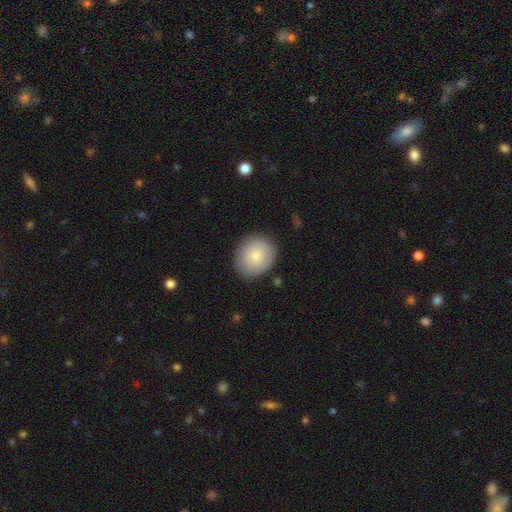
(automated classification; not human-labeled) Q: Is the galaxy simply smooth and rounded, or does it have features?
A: smooth — 74%.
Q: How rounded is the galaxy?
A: round — 72%.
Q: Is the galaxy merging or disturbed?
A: none — 83%.